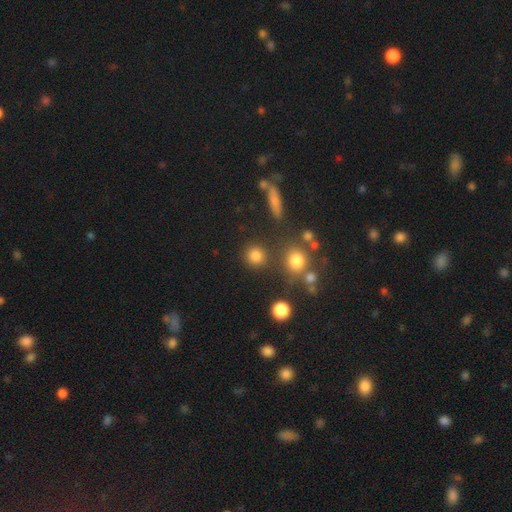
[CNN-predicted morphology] smooth-or-featured: smooth: 80% | star or artifact: 14% | featured or disk: 6%
  how-rounded: round: 89% | in between: 9% | cigar-shaped: 2%
  merging: none: 80% | minor disturbance: 8% | merger: 8% | major disturbance: 4%